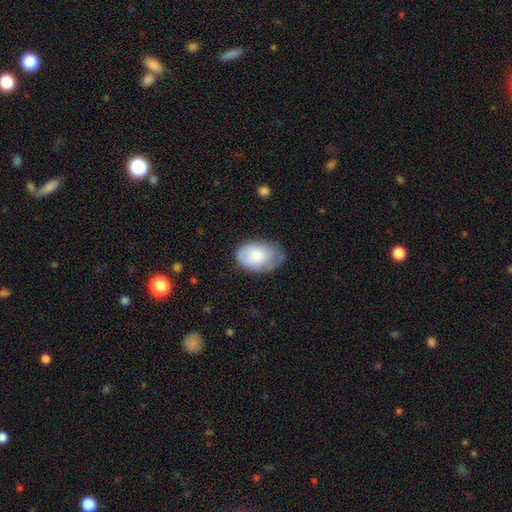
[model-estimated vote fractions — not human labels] A smooth galaxy with no disk features (76%) that is in between round and cigar-shaped (87%).

Vote fractions:
- Smooth or featured? smooth: 76% / featured or disk: 17% / star or artifact: 6%
- How rounded? in between: 87% / round: 12% / cigar-shaped: 1%
- Merging? none: 58% / minor disturbance: 33% / major disturbance: 8% / merger: 2%